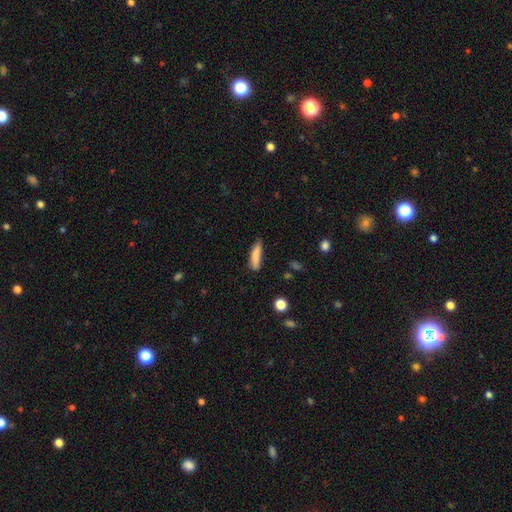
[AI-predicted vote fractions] This appears to be a smooth galaxy with no disk features (84%) that is cigar-shaped (73%). Merging: none (68%).